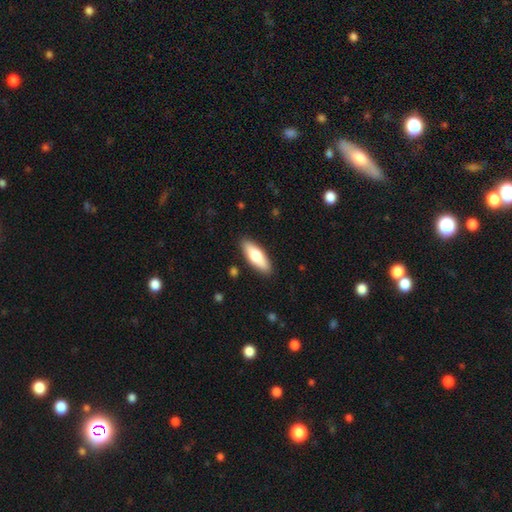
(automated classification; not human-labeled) This appears to be a smooth galaxy with no disk features (69%) that is in between round and cigar-shaped (60%). Merging: none (89%).